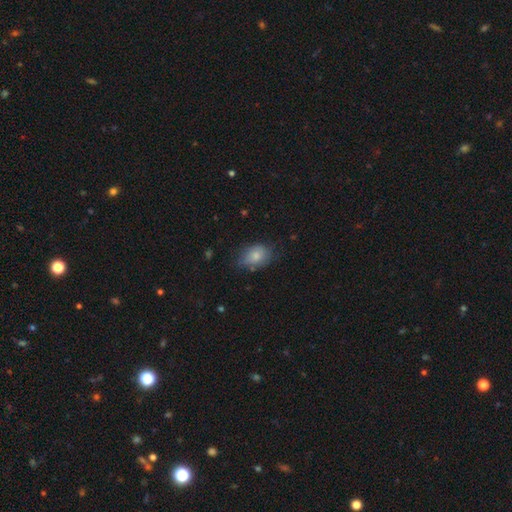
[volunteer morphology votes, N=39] A smooth galaxy with no disk features (74%) that is in between round and cigar-shaped (76%). Merging: none (47%).